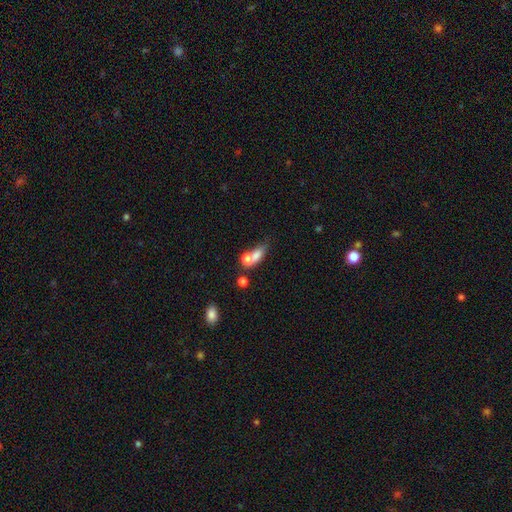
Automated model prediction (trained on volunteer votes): Smooth or featured? Predicted: smooth (p=0.69). How rounded? Predicted: in between (p=0.57). Merging? Predicted: merger (p=0.55).